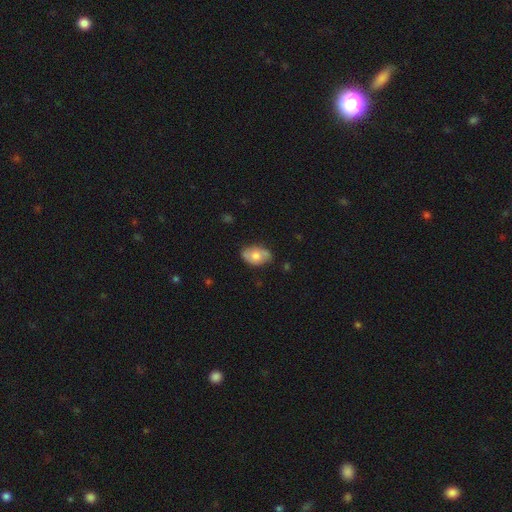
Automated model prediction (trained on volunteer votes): Morphology: type=smooth (51%); roundness=in between (88%); merging=none (72%).